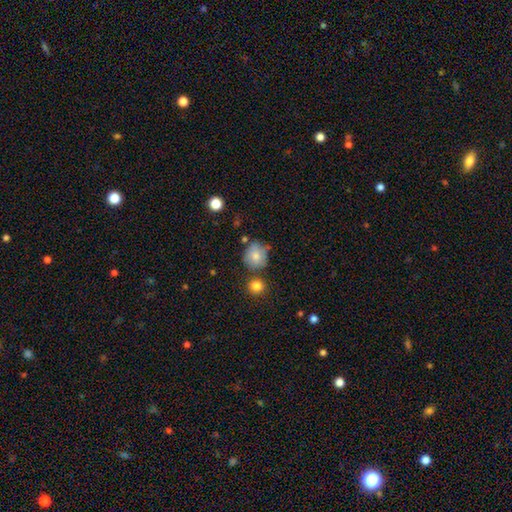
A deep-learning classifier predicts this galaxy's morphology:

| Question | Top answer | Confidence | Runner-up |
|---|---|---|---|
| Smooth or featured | smooth | 77% | featured or disk (13%) |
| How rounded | round | 84% | in between (15%) |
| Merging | none | 64% | minor disturbance (19%) |